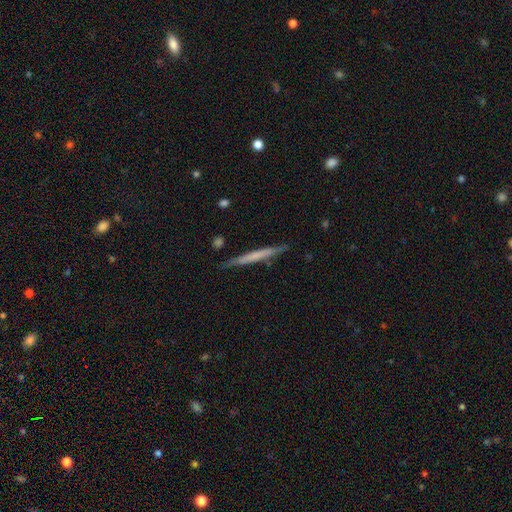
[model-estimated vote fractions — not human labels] A smooth galaxy with no disk features (49%).

Vote fractions:
- Smooth or featured? smooth: 49% / featured or disk: 45% / star or artifact: 6%
- Merging? none: 85% / minor disturbance: 11% / major disturbance: 2% / merger: 2%